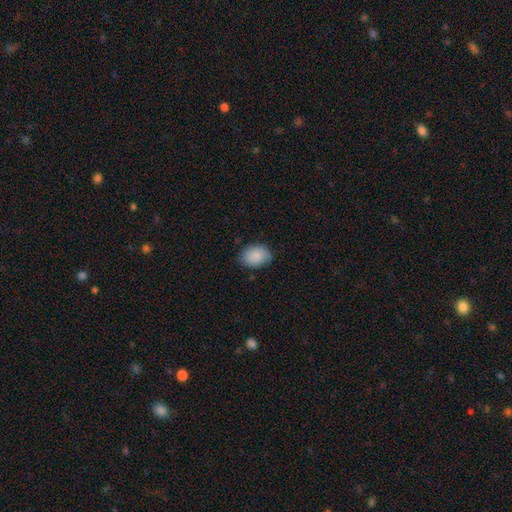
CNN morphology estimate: This is clearly a smooth galaxy (86%). How rounded: likely in between (67%). Merging: likely none (69%).